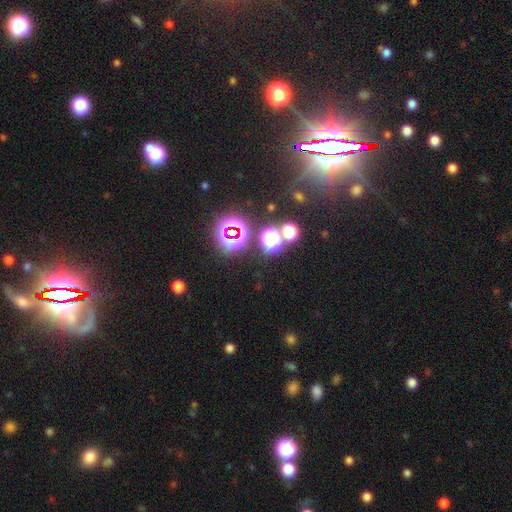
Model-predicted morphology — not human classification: Smooth or featured? Predicted: star or artifact (p=0.81).